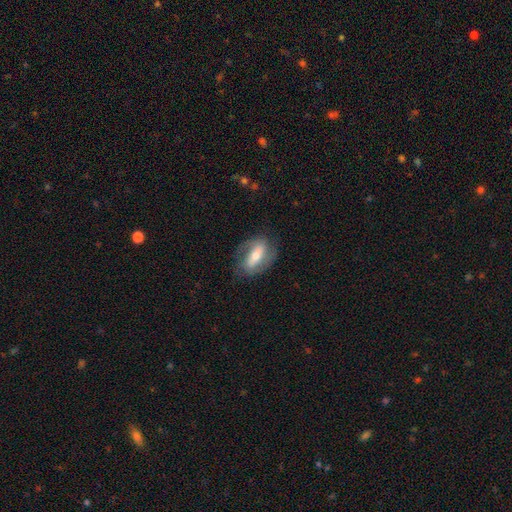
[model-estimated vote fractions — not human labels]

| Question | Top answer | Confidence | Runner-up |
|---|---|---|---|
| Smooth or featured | featured or disk | 67% | smooth (26%) |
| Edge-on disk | no | 89% | yes (11%) |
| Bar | strong | 56% | weak (26%) |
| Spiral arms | yes | 75% | no (25%) |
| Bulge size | moderate | 56% | small (35%) |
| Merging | none | 76% | minor disturbance (16%) |